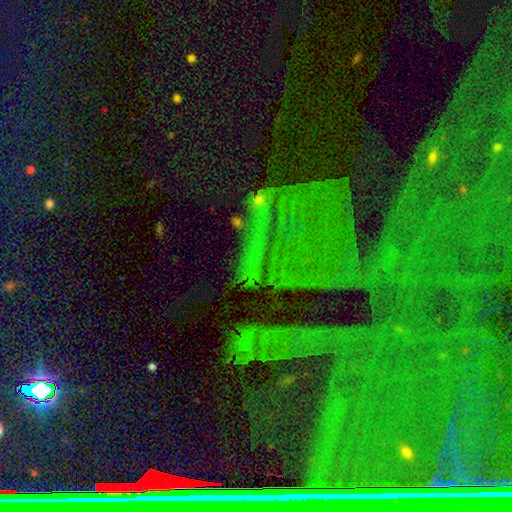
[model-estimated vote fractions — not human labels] Smooth or featured: star or artifact — 72% (featured or disk — 15%)